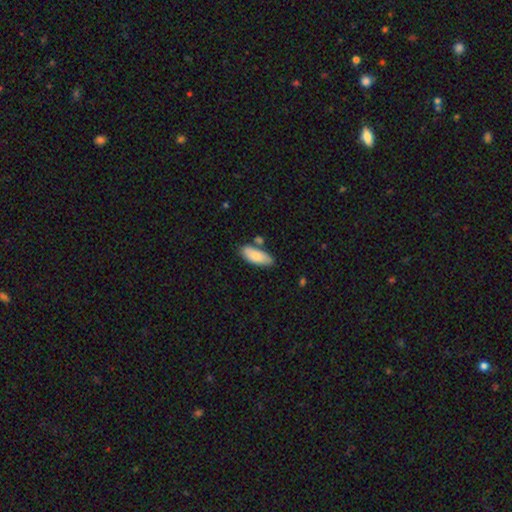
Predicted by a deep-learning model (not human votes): Smooth or featured? smooth (81%)
How rounded? in between (81%)
Merging? none (69%)